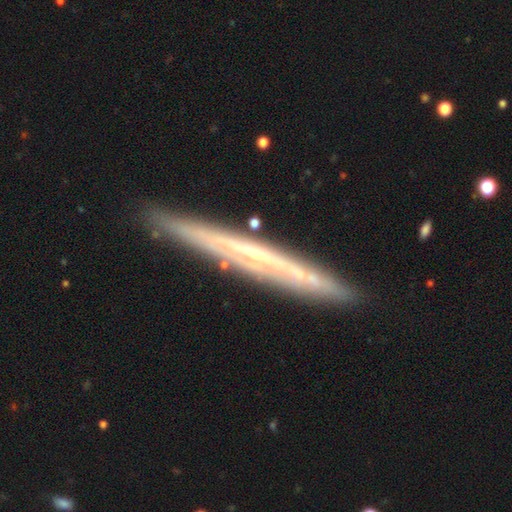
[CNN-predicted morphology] The model was most divided on "smooth or featured": featured or disk: 73%, smooth: 20%, star or artifact: 7%. More confident: edge-on disk — yes (92%); merging — none (87%); edge-on bulge — none (75%).